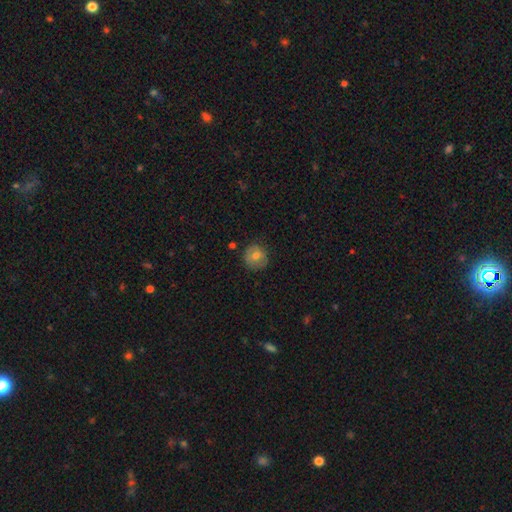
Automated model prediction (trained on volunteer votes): A smooth galaxy with no disk features (70%) that is round (90%). Merging: none (83%).